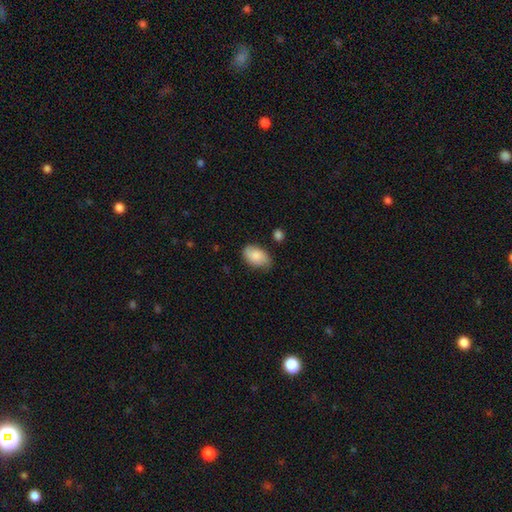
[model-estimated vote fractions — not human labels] A smooth galaxy with no disk features (80%) that is in between round and cigar-shaped (91%). Merging: none (72%).